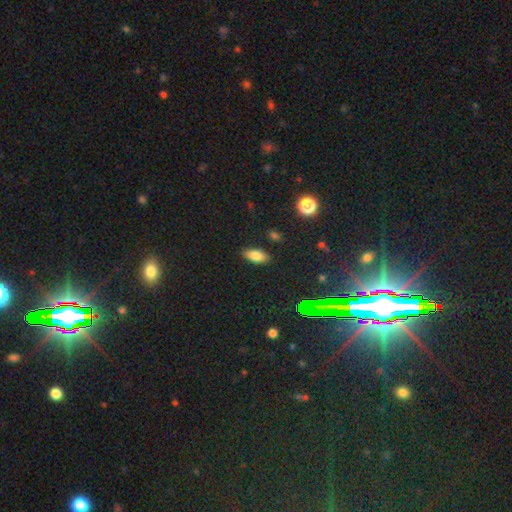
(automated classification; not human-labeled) A smooth galaxy with no disk features (79%) that is in between round and cigar-shaped (88%).

Vote fractions:
- Smooth or featured? smooth: 79% / star or artifact: 12% / featured or disk: 9%
- How rounded? in between: 88% / cigar-shaped: 8% / round: 4%
- Merging? none: 85% / minor disturbance: 11% / major disturbance: 2% / merger: 2%